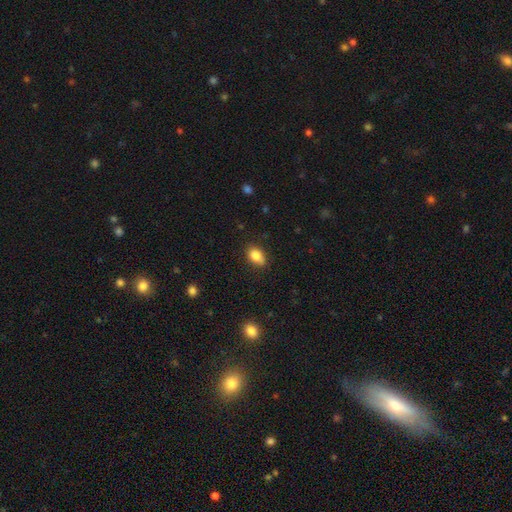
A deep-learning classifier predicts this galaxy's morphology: A smooth galaxy with no disk features (82%) that is in between round and cigar-shaped (81%).

Vote fractions:
- Smooth or featured? smooth: 82% / star or artifact: 9% / featured or disk: 9%
- How rounded? in between: 81% / round: 17% / cigar-shaped: 2%
- Merging? none: 78% / minor disturbance: 17% / major disturbance: 3% / merger: 2%